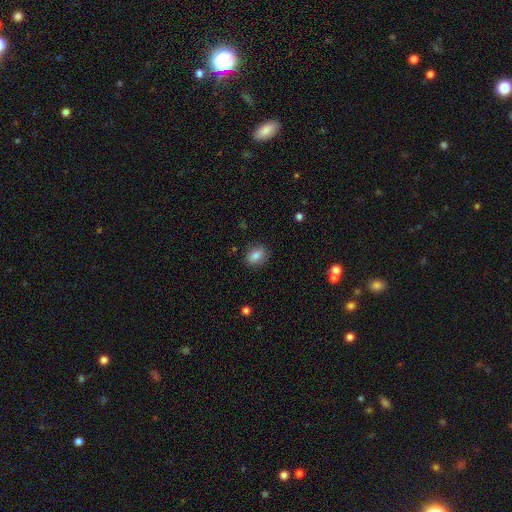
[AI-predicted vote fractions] smooth_or_featured: smooth (p=0.83) [alt: star or artifact p=0.09]
how_rounded: in between (p=0.64) [alt: round p=0.34]
merging: none (p=0.84) [alt: minor disturbance p=0.12]